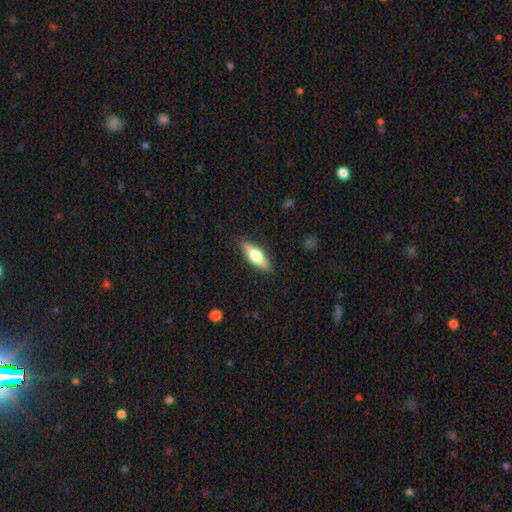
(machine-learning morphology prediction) Q: Smooth or featured?
A: featured or disk (49%); runner-up: smooth (45%)
Q: Merging?
A: none (88%); runner-up: minor disturbance (9%)